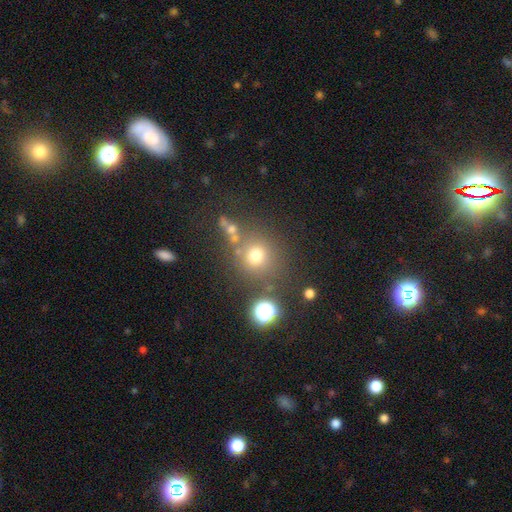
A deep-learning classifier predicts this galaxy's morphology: smooth 69%, star or artifact 21%, featured or disk 10%. Down the decision tree: how rounded — round (89%); merging — none (73%).